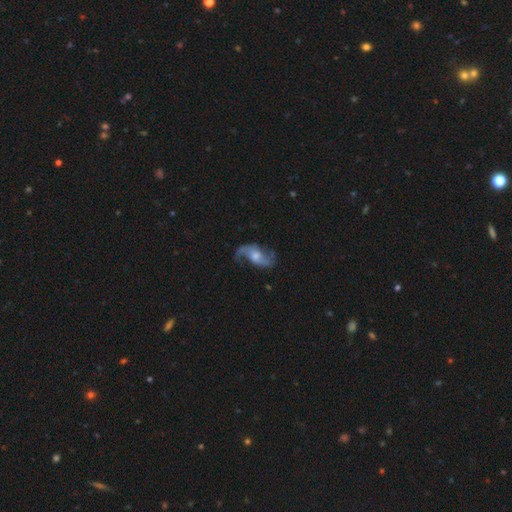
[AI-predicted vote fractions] This appears to be a featured or disk galaxy (85%) with no bar (51%), 2 (91%) loose (72%) spiral arms (95%) and a moderate central bulge (52%). Merging: none (68%).